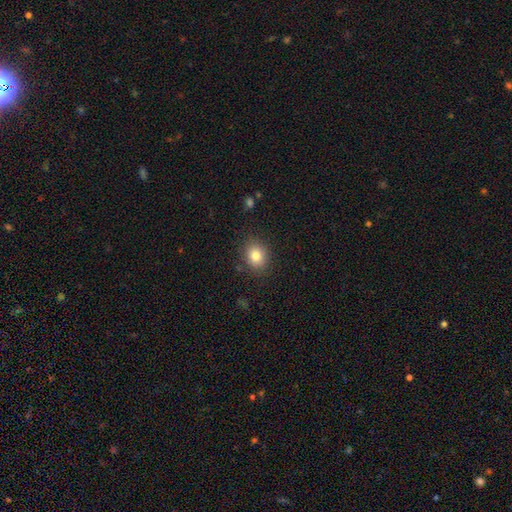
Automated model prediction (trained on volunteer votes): Q: Smooth or featured?
A: smooth (82%); runner-up: star or artifact (11%)
Q: How rounded?
A: round (58%); runner-up: in between (41%)
Q: Merging?
A: none (86%); runner-up: minor disturbance (10%)